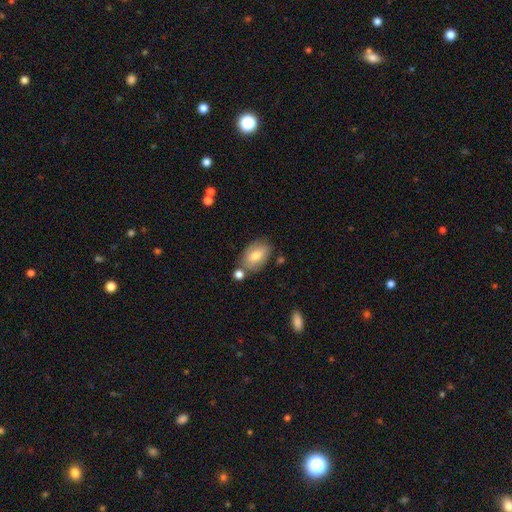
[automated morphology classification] The model was most divided on "merging": none: 67%, minor disturbance: 16%, merger: 12%, major disturbance: 4%. More confident: how rounded — in between (90%); smooth or featured — smooth (73%).